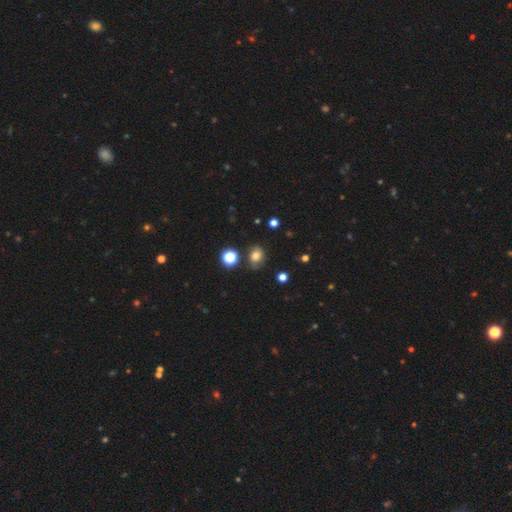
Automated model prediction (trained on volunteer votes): Overall: smooth (73%). How rounded: round (53%; in between 46%). Merging: none (71%).